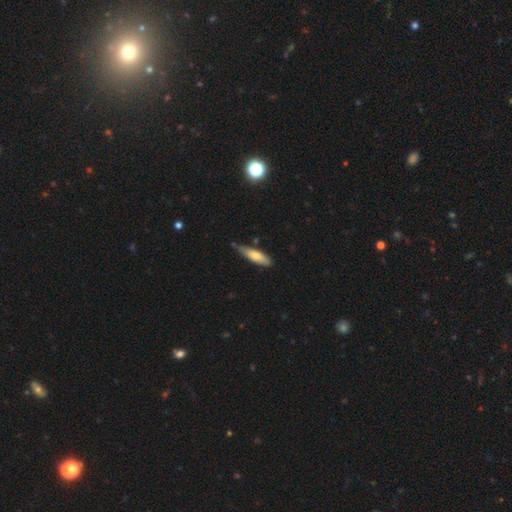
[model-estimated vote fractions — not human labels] smooth-or-featured: smooth: 72% | featured or disk: 22% | star or artifact: 6%
  how-rounded: cigar-shaped: 63% | in between: 35% | round: 2%
  merging: none: 65% | minor disturbance: 27% | merger: 4% | major disturbance: 4%